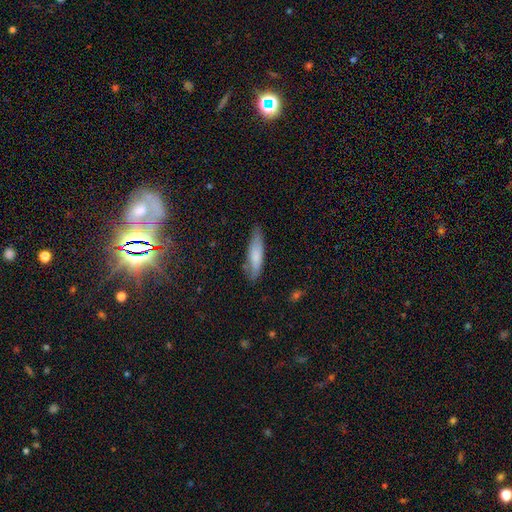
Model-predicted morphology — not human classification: Q: Smooth or featured?
A: smooth (76%); runner-up: featured or disk (17%)
Q: How rounded?
A: cigar-shaped (68%); runner-up: in between (31%)
Q: Merging?
A: none (76%); runner-up: minor disturbance (19%)